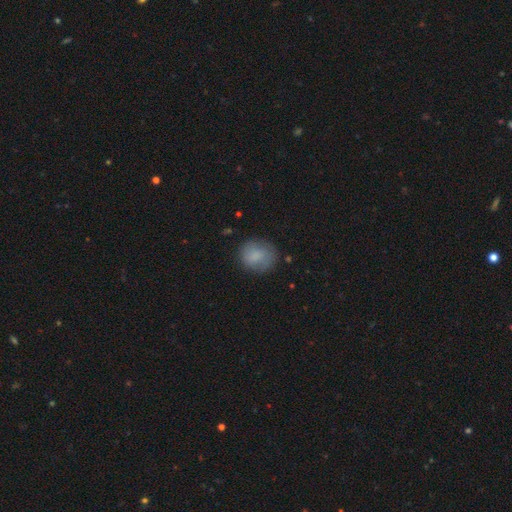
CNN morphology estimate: smooth_or_featured: smooth (p=0.78) [alt: featured or disk p=0.14]
how_rounded: round (p=0.75) [alt: in between p=0.24]
merging: none (p=0.72) [alt: minor disturbance p=0.20]